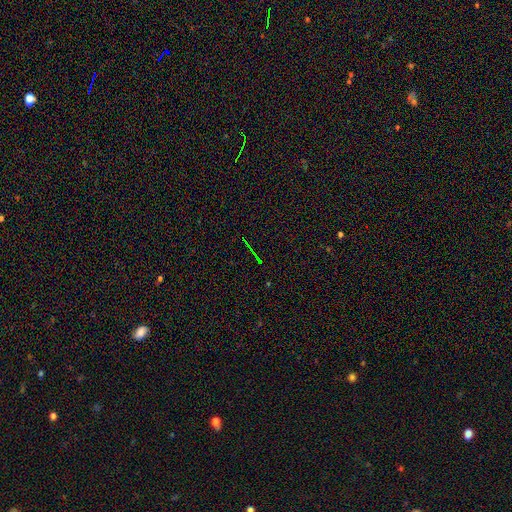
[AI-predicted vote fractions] Smooth or featured? Predicted: star or artifact (p=0.74).